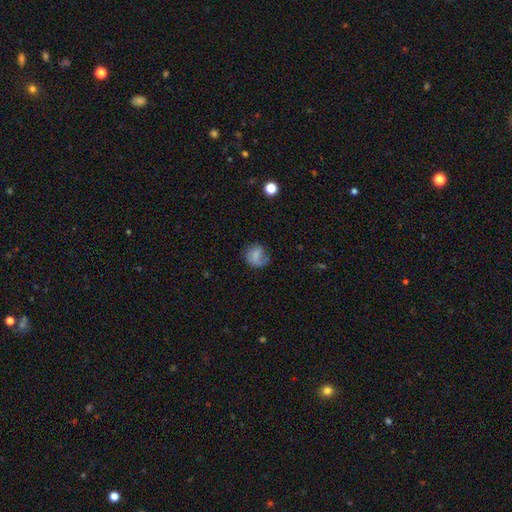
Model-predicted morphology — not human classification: A smooth galaxy with no disk features (62%) that is round (65%). Merging: none (47%).